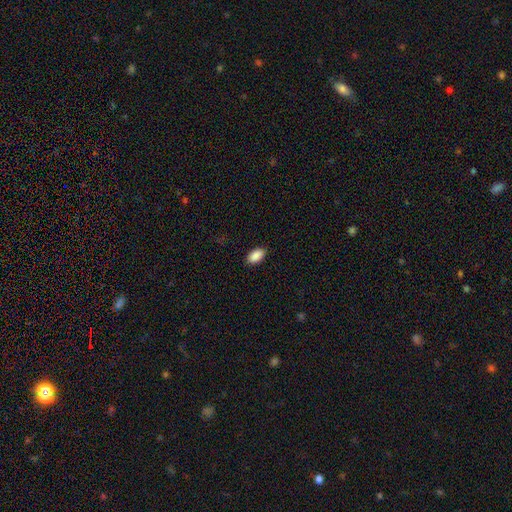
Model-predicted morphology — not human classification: This appears to be a smooth galaxy with no disk features (90%) that is in between round and cigar-shaped (94%). Merging: none (88%).